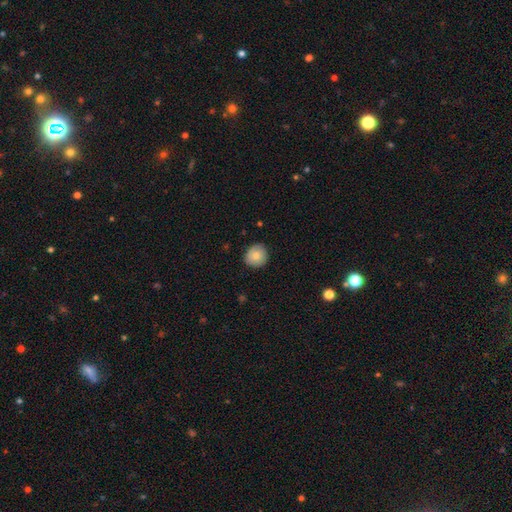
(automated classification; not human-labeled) Morphology: type=smooth (81%); roundness=round (88%); merging=none (85%).